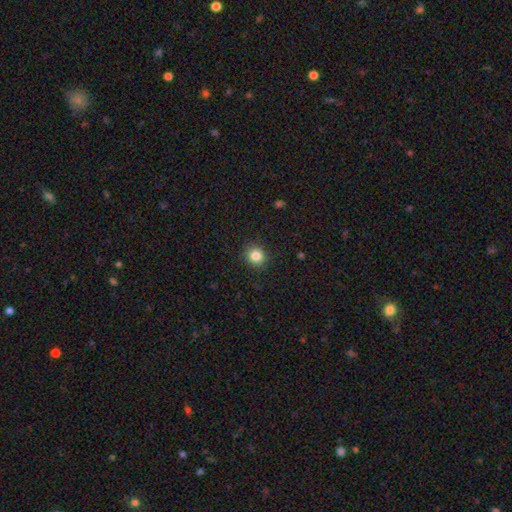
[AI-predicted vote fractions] This is clearly a smooth galaxy (84%). How rounded: clearly round (86%). Merging: clearly none (91%).